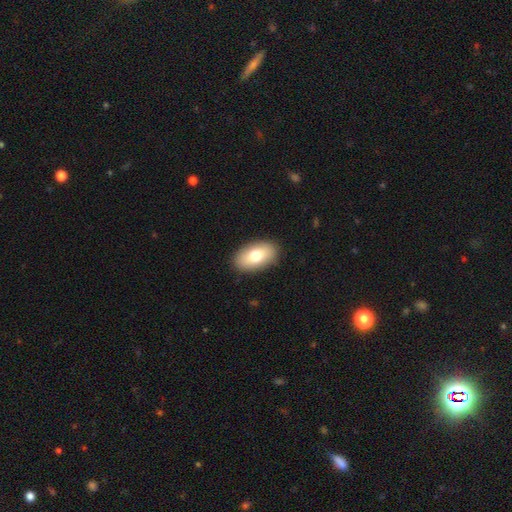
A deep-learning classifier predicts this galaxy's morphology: smooth_or_featured: smooth (p=0.75) [alt: featured or disk p=0.18]
how_rounded: in between (p=0.93) [alt: round p=0.05]
merging: none (p=0.89) [alt: minor disturbance p=0.08]